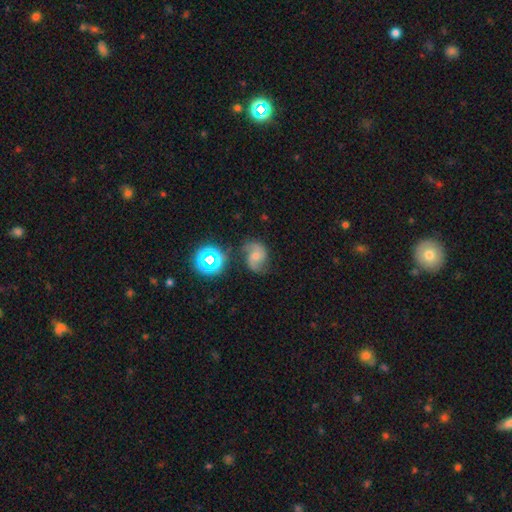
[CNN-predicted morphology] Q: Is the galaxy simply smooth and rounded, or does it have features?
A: featured or disk — 71%.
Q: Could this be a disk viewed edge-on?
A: no — 98%.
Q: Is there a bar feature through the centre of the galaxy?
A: no — 62%.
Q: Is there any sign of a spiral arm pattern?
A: yes — 95%.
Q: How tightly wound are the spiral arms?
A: medium — 49%.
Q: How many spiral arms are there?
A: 2 — 86%.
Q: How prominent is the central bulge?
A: small — 51%.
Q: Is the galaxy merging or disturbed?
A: none — 66%.